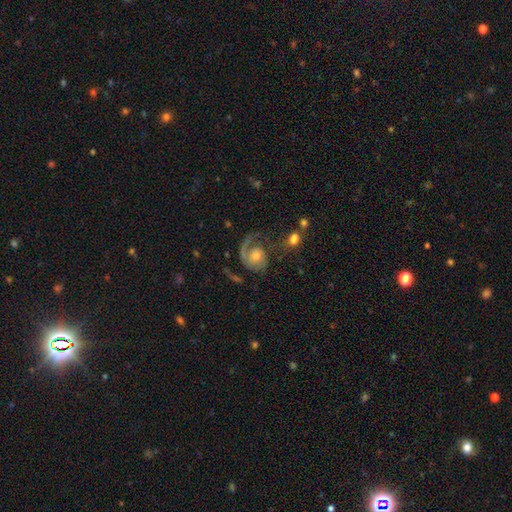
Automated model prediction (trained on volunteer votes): A featured or disk galaxy (82%) with no bar (73%), 1 (68%) medium (42%) spiral arms (94%) and a moderate central bulge (60%).

Vote fractions:
- Smooth or featured? featured or disk: 82% / smooth: 12% / star or artifact: 6%
- Edge-on disk? no: 98% / yes: 2%
- Bar? no: 73% / weak: 23% / strong: 4%
- Spiral arms? yes: 94% / no: 6%
- Spiral winding? medium: 42% / tight: 34% / loose: 25%
- Spiral arm count? 1: 68% / 2: 23% / can't tell: 5% / 3: 2% / 4: 1% / more than 4: 1%
- Bulge size? moderate: 60% / small: 29% / large: 8% / none: 3% / dominant: 2%
- Merging? none: 48% / major disturbance: 31% / minor disturbance: 16% / merger: 6%